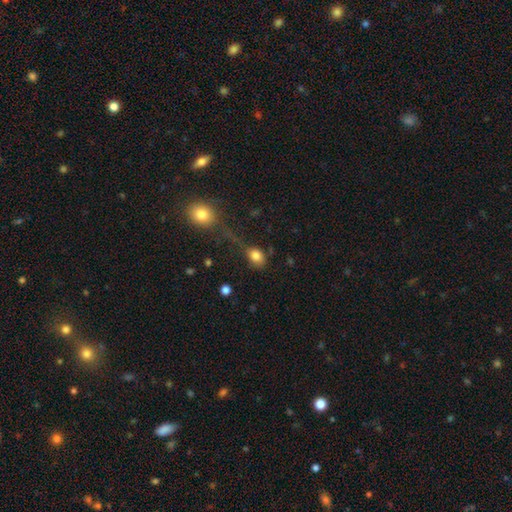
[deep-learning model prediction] Q: Smooth or featured?
A: smooth (83%); runner-up: star or artifact (10%)
Q: How rounded?
A: in between (66%); runner-up: round (32%)
Q: Merging?
A: none (54%); runner-up: minor disturbance (22%)